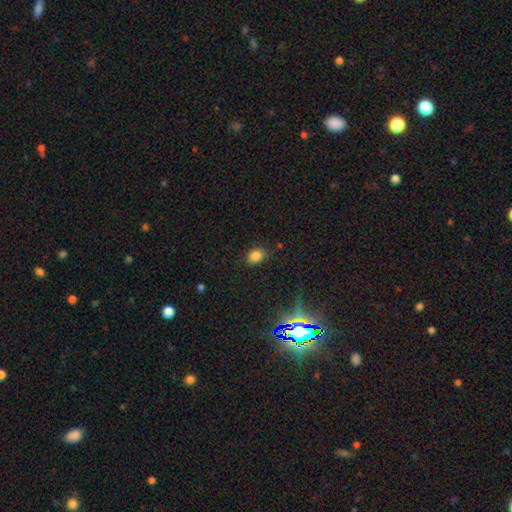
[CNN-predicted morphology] smooth-or-featured: smooth: 80% | star or artifact: 14% | featured or disk: 5%
  how-rounded: in between: 60% | round: 39% | cigar-shaped: 1%
  merging: none: 79% | minor disturbance: 16% | major disturbance: 4% | merger: 2%